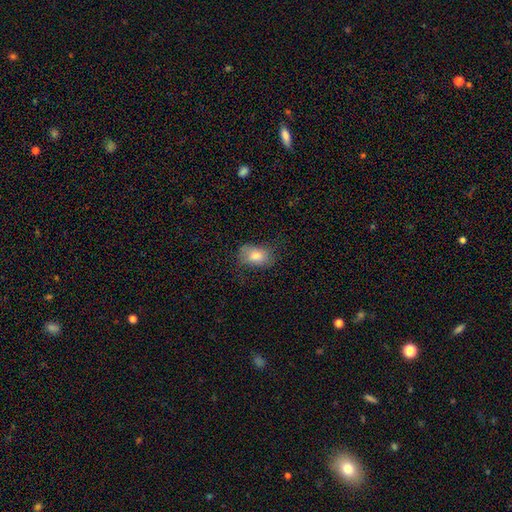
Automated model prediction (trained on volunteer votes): The model was most divided on "merging": none: 67%, minor disturbance: 23%, major disturbance: 8%, merger: 1%. More confident: how rounded — in between (80%); smooth or featured — smooth (78%).